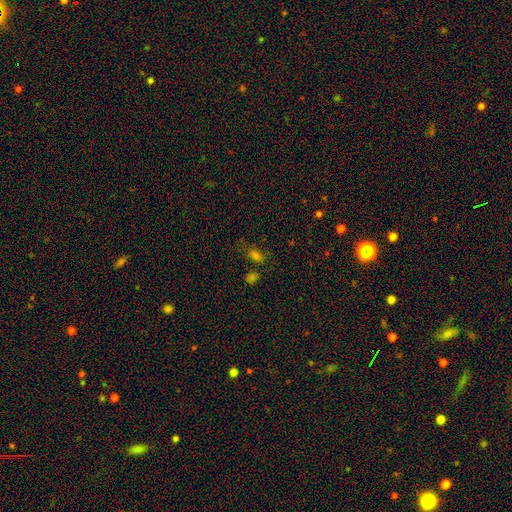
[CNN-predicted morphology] Smooth or featured? smooth (64%)
How rounded? in between (81%)
Merging? none (65%)